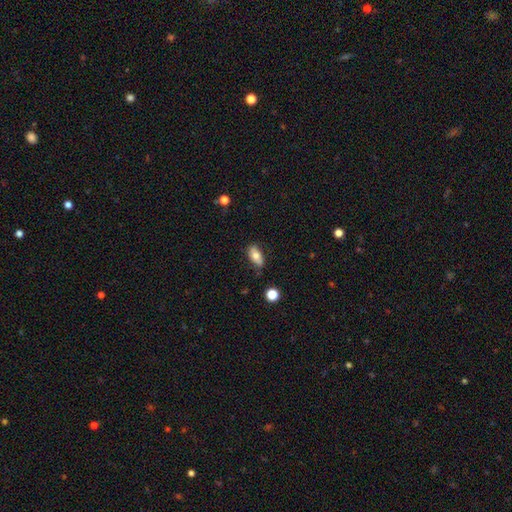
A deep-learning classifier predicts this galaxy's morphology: This is likely a smooth galaxy (72%). How rounded: clearly in between (86%). Merging: likely none (71%).